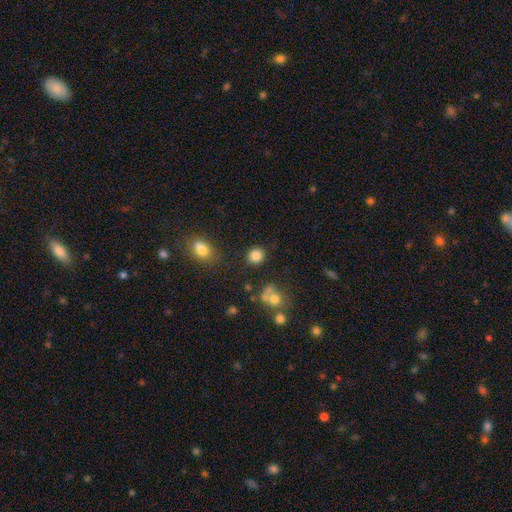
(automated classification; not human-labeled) Overall: smooth (83%). How rounded: round (83%). Merging: none (83%).